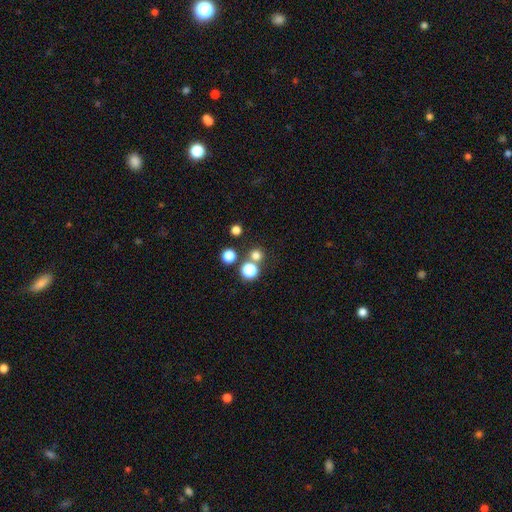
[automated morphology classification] A smooth galaxy with no disk features (72%) that is round (92%).

Vote fractions:
- Smooth or featured? smooth: 72% / star or artifact: 21% / featured or disk: 7%
- How rounded? round: 92% / in between: 7% / cigar-shaped: 1%
- Merging? none: 70% / merger: 20% / minor disturbance: 6% / major disturbance: 3%